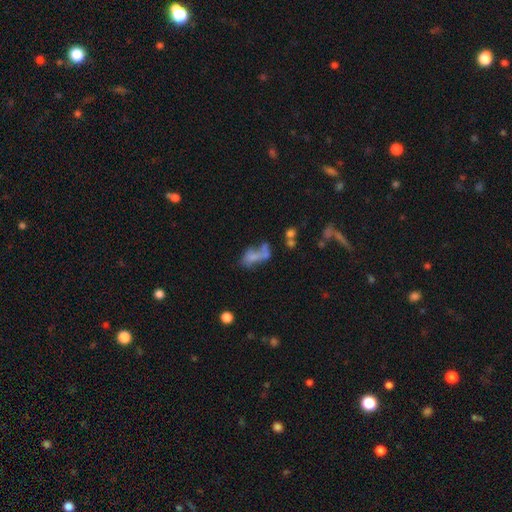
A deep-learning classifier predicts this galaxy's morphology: This is possibly a smooth galaxy (51%). How rounded: clearly in between (80%). Merging: marginally merger (38%).